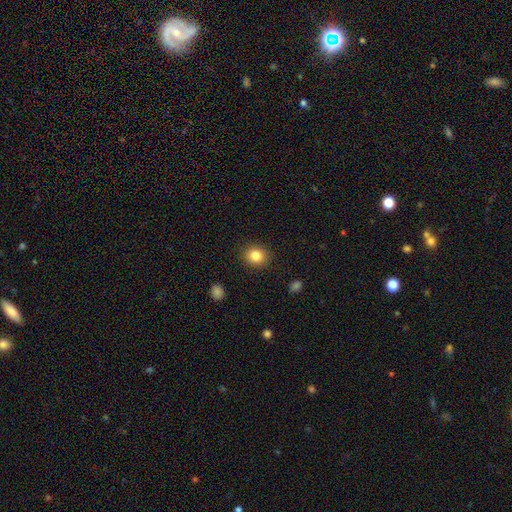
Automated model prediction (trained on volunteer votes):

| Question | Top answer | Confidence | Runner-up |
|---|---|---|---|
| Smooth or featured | smooth | 84% | star or artifact (10%) |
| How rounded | round | 72% | in between (27%) |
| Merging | none | 89% | minor disturbance (7%) |